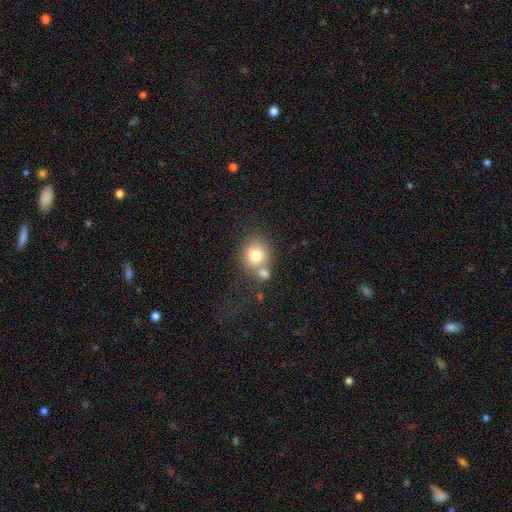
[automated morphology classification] This is likely a smooth galaxy (76%). How rounded: clearly round (80%). Merging: possibly none (51%).